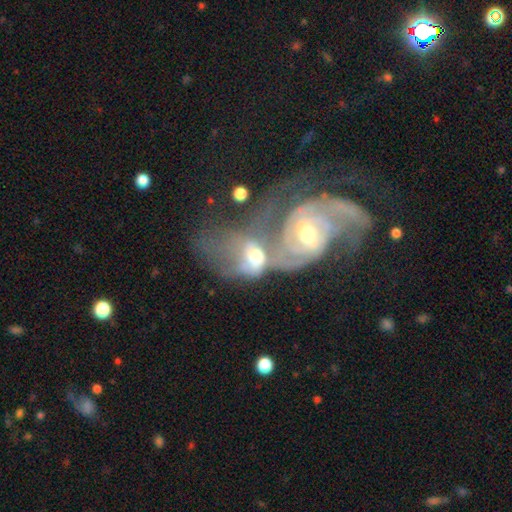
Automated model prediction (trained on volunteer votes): smooth-or-featured: featured or disk: 68% | smooth: 24% | star or artifact: 8%
  disk-edge-on: no: 95% | yes: 5%
    bar: no: 52% | weak: 33% | strong: 16%
    has-spiral-arms: yes: 66% | no: 34%
    bulge-size: moderate: 67% | small: 15% | large: 14% | none: 2% | dominant: 2%
  merging: merger: 73% | major disturbance: 15% | none: 7% | minor disturbance: 5%